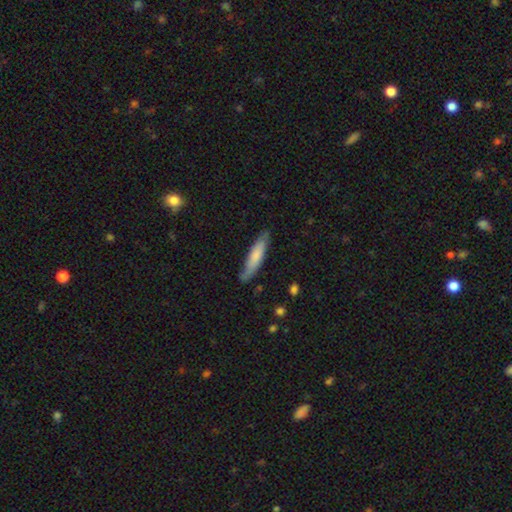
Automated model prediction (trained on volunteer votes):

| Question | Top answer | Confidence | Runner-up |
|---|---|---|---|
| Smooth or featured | smooth | 69% | featured or disk (26%) |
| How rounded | cigar-shaped | 81% | in between (18%) |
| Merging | none | 76% | minor disturbance (19%) |